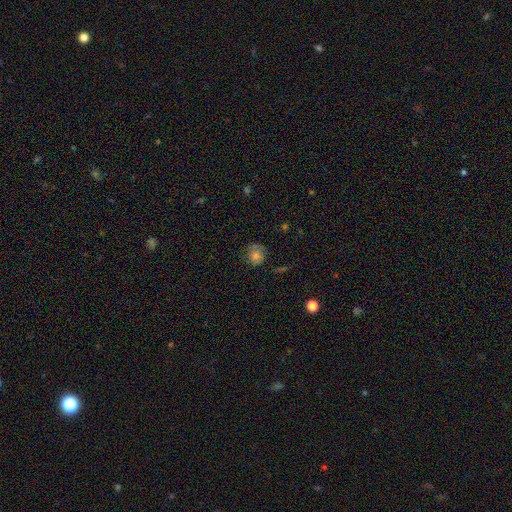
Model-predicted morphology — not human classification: smooth_or_featured: smooth (p=0.70) [alt: featured or disk p=0.18]
how_rounded: round (p=0.78) [alt: in between p=0.21]
merging: none (p=0.62) [alt: minor disturbance p=0.26]